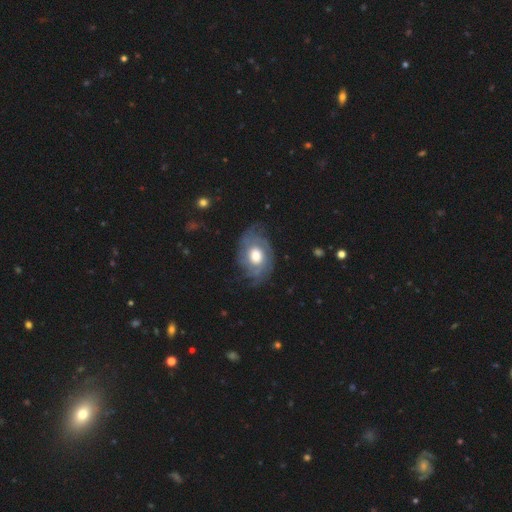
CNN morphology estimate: smooth-or-featured: featured or disk: 73% | smooth: 21% | star or artifact: 6%
  disk-edge-on: no: 96% | yes: 4%
    bar: no: 78% | weak: 19% | strong: 3%
    has-spiral-arms: yes: 81% | no: 19%
      spiral-winding: tight: 50% | medium: 35% | loose: 16%
      spiral-arm-count: can't tell: 42% | 2: 26% | 3: 14% | 4: 7% | 1: 6% | more than 4: 6%
    bulge-size: moderate: 47% | large: 45% | dominant: 4% | small: 3% | none: 1%
  merging: none: 62% | minor disturbance: 23% | major disturbance: 13% | merger: 1%